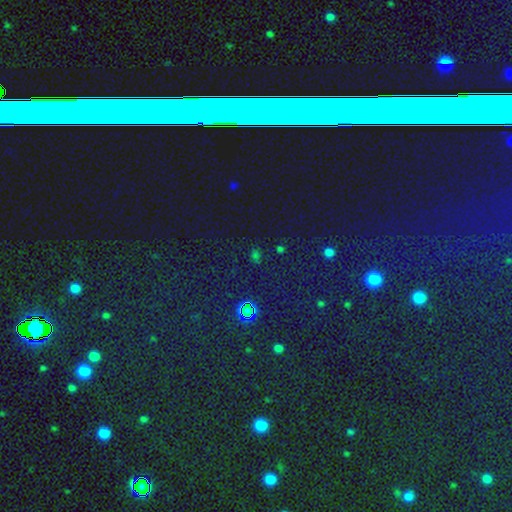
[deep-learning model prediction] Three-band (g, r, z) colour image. It shows a star or artifact, not a galaxy (66%).